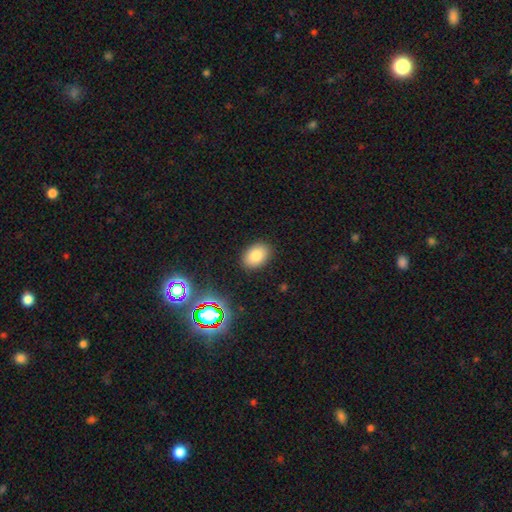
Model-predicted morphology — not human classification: Q: Smooth or featured?
A: smooth (82%); runner-up: star or artifact (11%)
Q: How rounded?
A: in between (82%); runner-up: round (17%)
Q: Merging?
A: none (88%); runner-up: minor disturbance (9%)